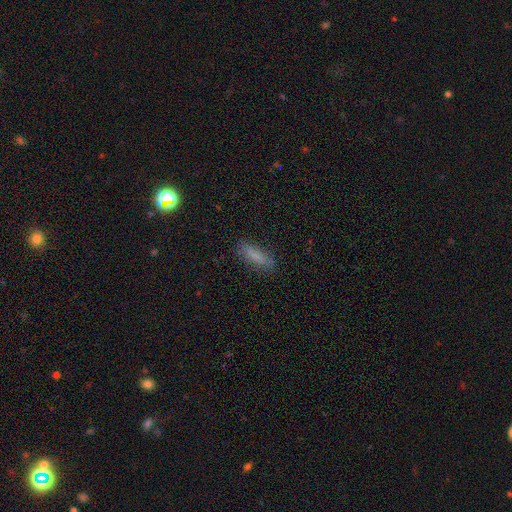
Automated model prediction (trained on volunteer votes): Q: Smooth or featured?
A: smooth (77%); runner-up: featured or disk (13%)
Q: How rounded?
A: cigar-shaped (61%); runner-up: in between (37%)
Q: Merging?
A: none (81%); runner-up: minor disturbance (14%)